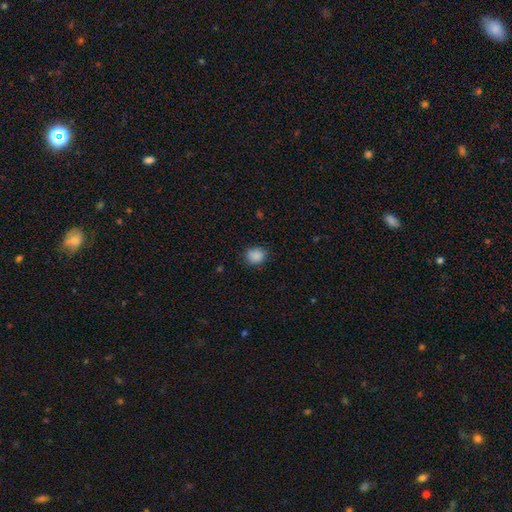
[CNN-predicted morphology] This appears to be a smooth galaxy with no disk features (87%) that is round (70%). Merging: none (81%).